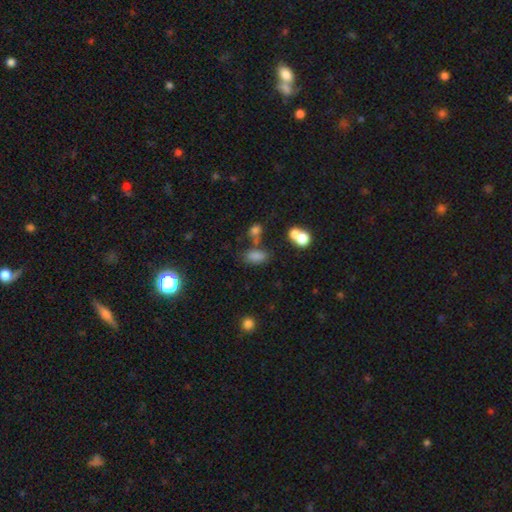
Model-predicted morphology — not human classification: Smooth or featured? smooth (74%)
How rounded? in between (83%)
Merging? none (64%)